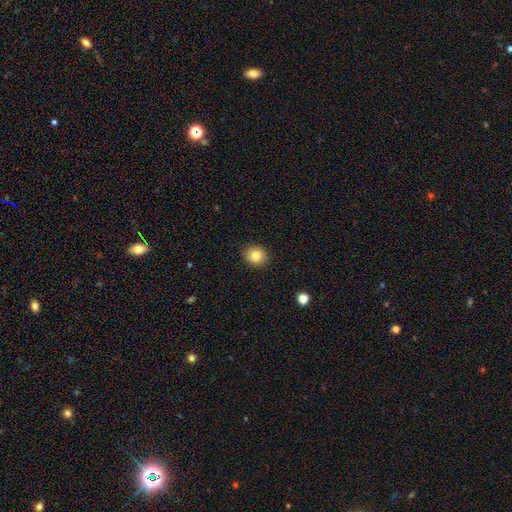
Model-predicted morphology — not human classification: This is clearly a smooth galaxy (83%). How rounded: likely round (72%). Merging: clearly none (89%).